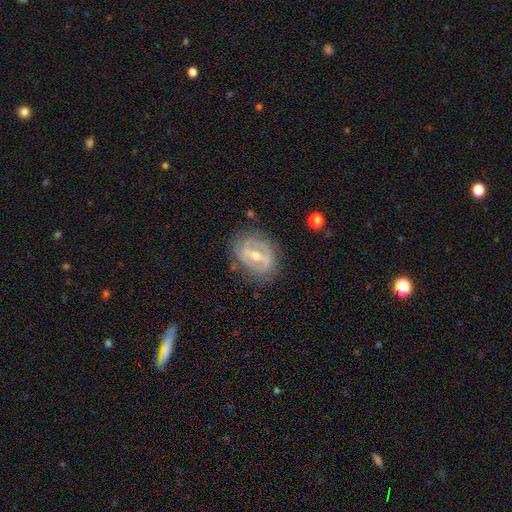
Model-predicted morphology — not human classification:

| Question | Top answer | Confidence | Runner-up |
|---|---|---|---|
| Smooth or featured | featured or disk | 76% | smooth (16%) |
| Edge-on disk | no | 93% | yes (7%) |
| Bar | strong | 49% | weak (35%) |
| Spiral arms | yes | 60% | no (40%) |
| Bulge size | moderate | 57% | small (38%) |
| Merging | none | 74% | minor disturbance (17%) |